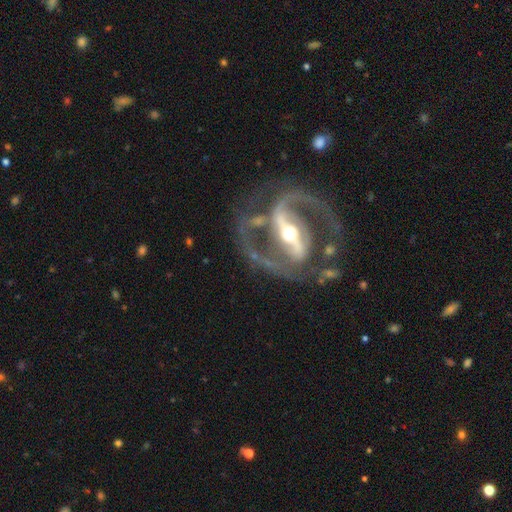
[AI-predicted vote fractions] featured or disk 93%, star or artifact 4%, smooth 3%. Down the decision tree: edge-on disk — no (96%); bar — strong (74%); spiral arms — yes (97%); spiral arm count — 2 (93%); spiral winding — medium (62%); bulge size — moderate (62%); merging — none (72%).